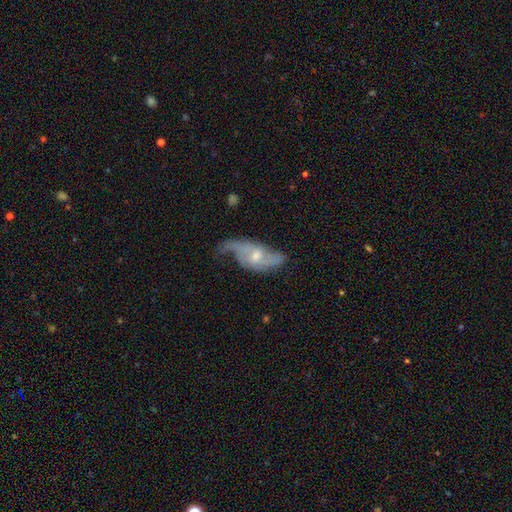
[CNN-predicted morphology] Smooth or featured: featured or disk — 72% (smooth — 22%)
Edge-on disk: no — 91% (yes — 9%)
Bar: no — 49% (weak — 42%)
Spiral arms: yes — 84% (no — 16%)
Spiral winding: loose — 63% (medium — 27%)
Spiral arm count: 2 — 73% (can't tell — 12%)
Bulge size: moderate — 52% (small — 41%)
Merging: none — 38% (minor disturbance — 30%)